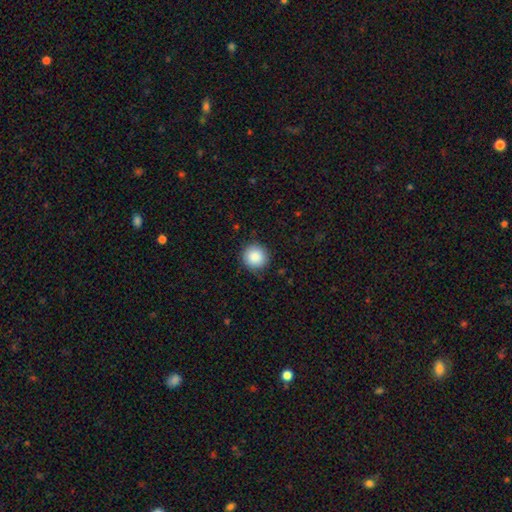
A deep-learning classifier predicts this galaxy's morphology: smooth 88%, star or artifact 8%, featured or disk 4%. Down the decision tree: how rounded — round (94%); merging — none (87%).